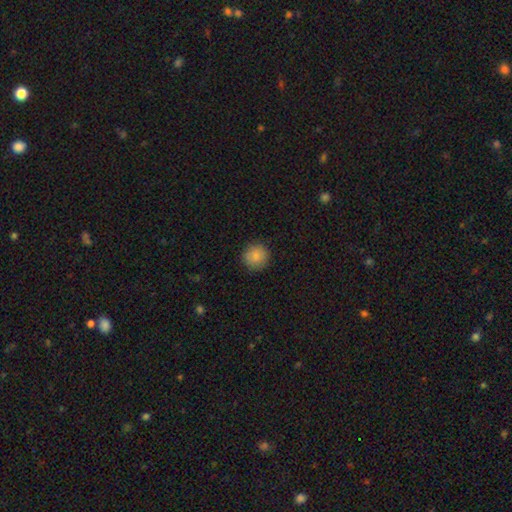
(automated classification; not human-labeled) smooth-or-featured: smooth: 86% | star or artifact: 9% | featured or disk: 5%
  how-rounded: round: 94% | in between: 5% | cigar-shaped: 1%
  merging: none: 89% | minor disturbance: 8% | major disturbance: 2% | merger: 1%